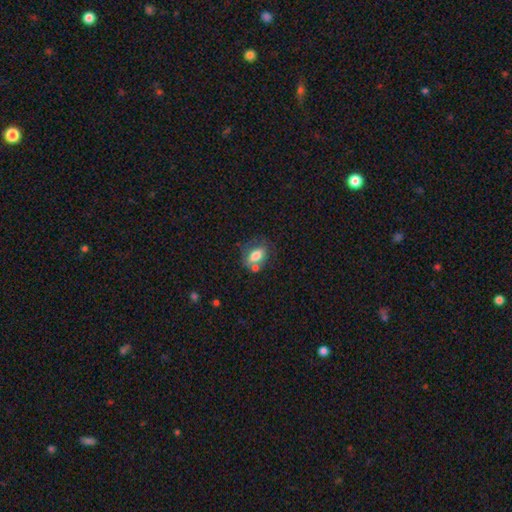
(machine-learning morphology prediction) Smooth or featured: smooth — 72% (featured or disk — 19%)
How rounded: in between — 81% (round — 14%)
Merging: none — 51% (merger — 23%)